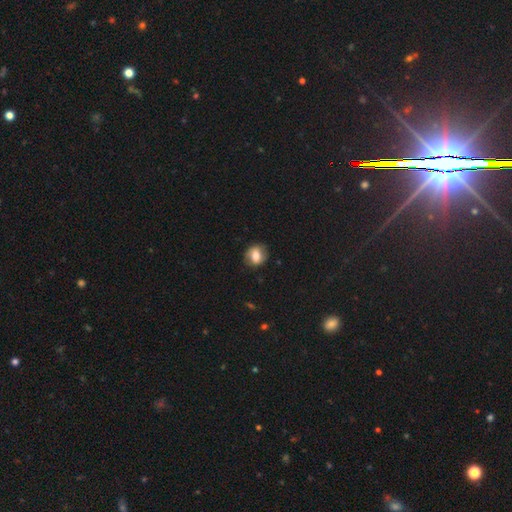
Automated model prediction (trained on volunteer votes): smooth-or-featured: smooth: 65% | featured or disk: 26% | star or artifact: 9%
  how-rounded: round: 69% | in between: 30% | cigar-shaped: 1%
  merging: none: 83% | minor disturbance: 13% | major disturbance: 4% | merger: 1%